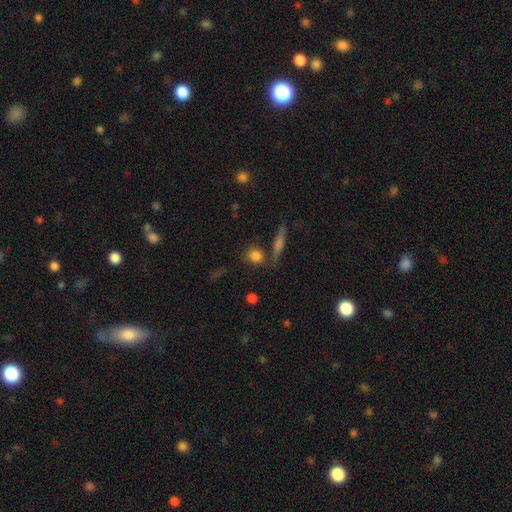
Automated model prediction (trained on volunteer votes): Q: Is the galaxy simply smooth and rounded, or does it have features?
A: smooth — 81%.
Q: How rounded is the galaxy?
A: round — 67%.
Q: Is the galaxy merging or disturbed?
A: none — 71%.